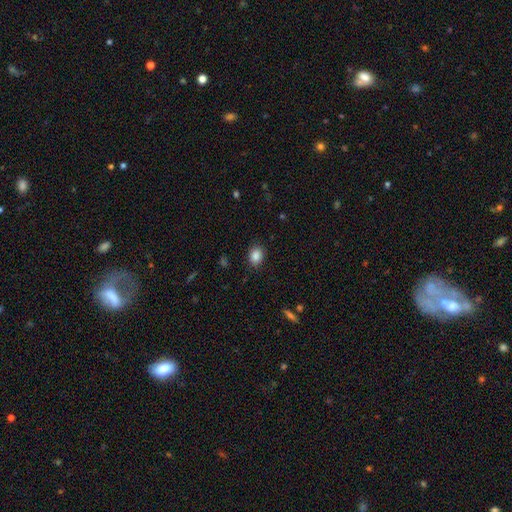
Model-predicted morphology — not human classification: Overall: smooth (87%). How rounded: in between (54%; round 45%). Merging: none (87%).